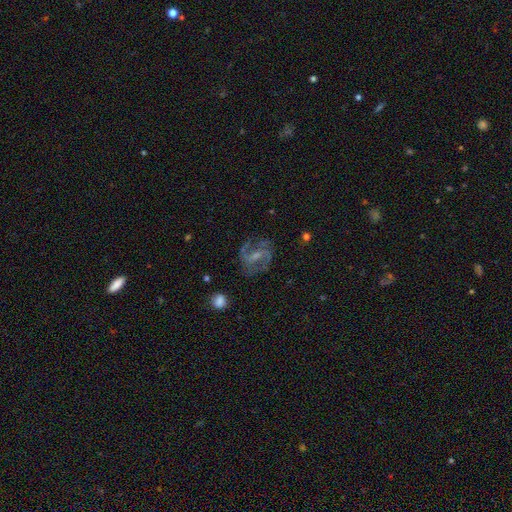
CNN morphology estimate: Smooth or featured? Predicted: featured or disk (p=0.79). Edge-on disk? Predicted: no (p=0.97). Bar? Predicted: weak (p=0.51). Spiral arms? Predicted: yes (p=0.91). Spiral winding? Predicted: medium (p=0.53). Spiral arm count? Predicted: 2 (p=0.65). Bulge size? Predicted: small (p=0.44). Merging? Predicted: none (p=0.68).